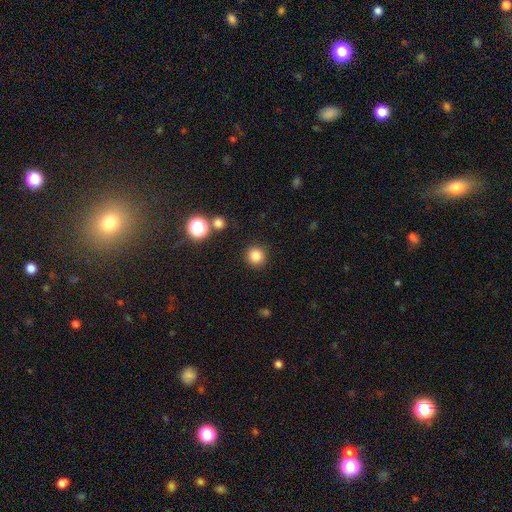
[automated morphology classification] Q: Smooth or featured?
A: smooth (83%); runner-up: star or artifact (12%)
Q: How rounded?
A: round (94%); runner-up: in between (5%)
Q: Merging?
A: none (90%); runner-up: minor disturbance (6%)